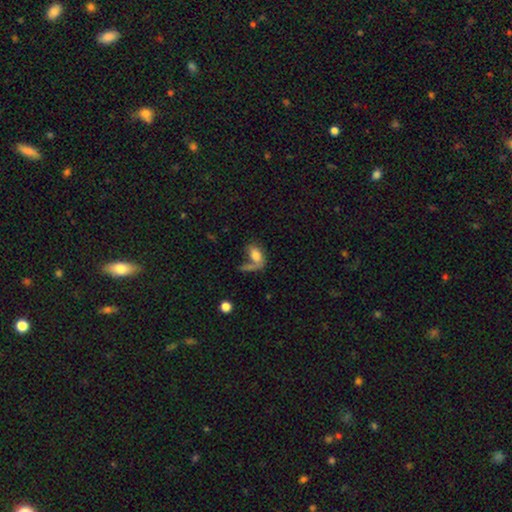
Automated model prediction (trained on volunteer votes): smooth 74%, featured or disk 18%, star or artifact 9%. Down the decision tree: how rounded — in between (88%); merging — none (36%).